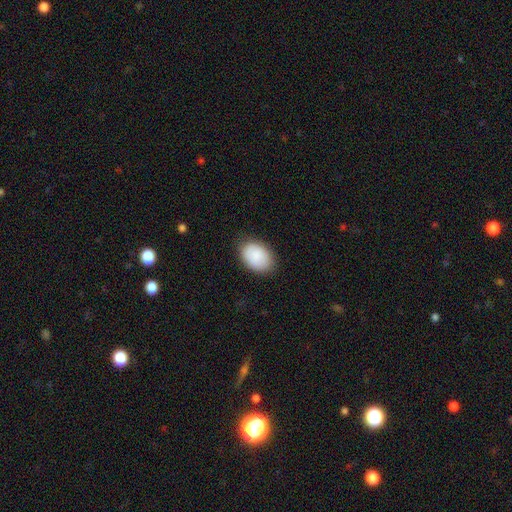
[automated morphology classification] This is clearly a smooth galaxy (89%). How rounded: clearly in between (85%). Merging: clearly none (83%).